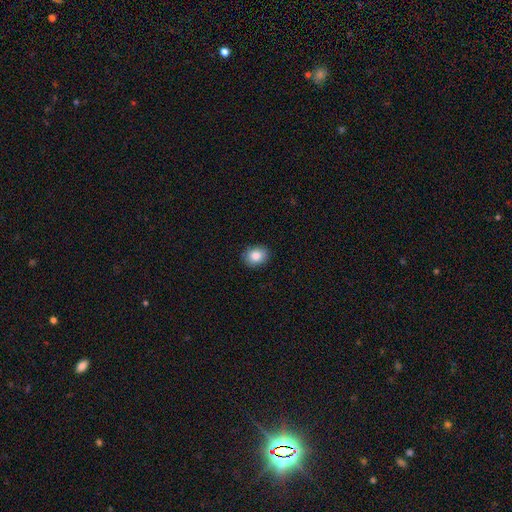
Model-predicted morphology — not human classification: This is clearly a smooth galaxy (85%). How rounded: possibly in between (51%). Merging: clearly none (88%).